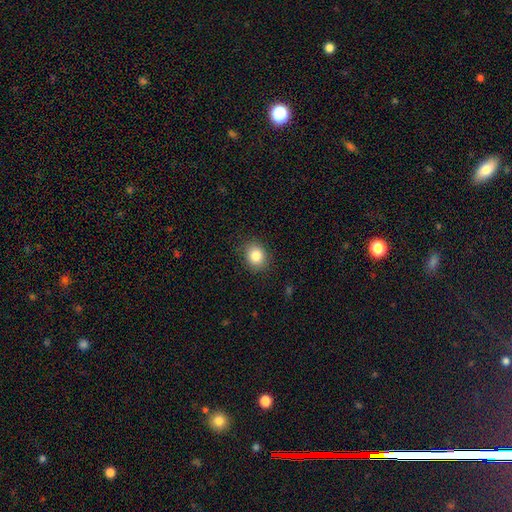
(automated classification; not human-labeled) smooth 84%, star or artifact 10%, featured or disk 7%. Down the decision tree: how rounded — round (64%); merging — none (86%).